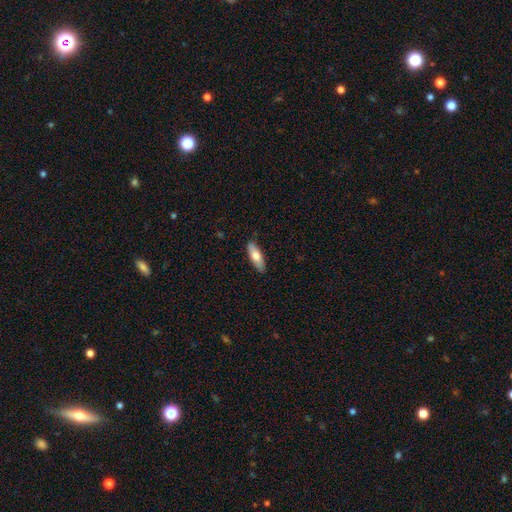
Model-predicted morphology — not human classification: Smooth or featured?
  - smooth: 73% *
  - featured or disk: 21%
  - star or artifact: 6%
How rounded?
  - in between: 58% *
  - cigar-shaped: 40%
  - round: 2%
Merging?
  - none: 87% *
  - minor disturbance: 10%
  - major disturbance: 2%
  - merger: 1%